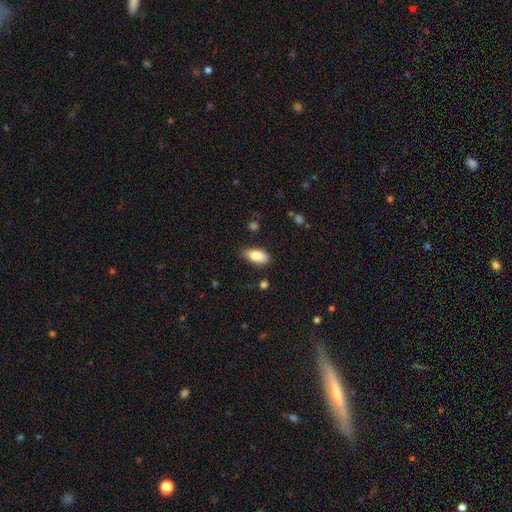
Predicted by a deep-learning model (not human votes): Smooth or featured: smooth — 83% (featured or disk — 10%)
How rounded: in between — 90% (cigar-shaped — 7%)
Merging: none — 73% (minor disturbance — 21%)